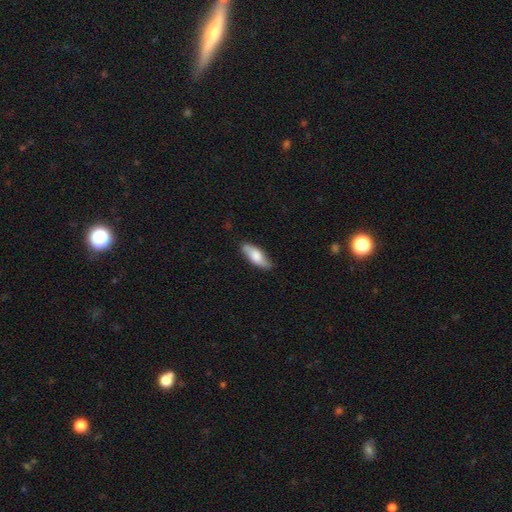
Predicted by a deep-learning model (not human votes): This is likely a smooth galaxy (67%). How rounded: likely in between (68%). Merging: clearly none (83%).